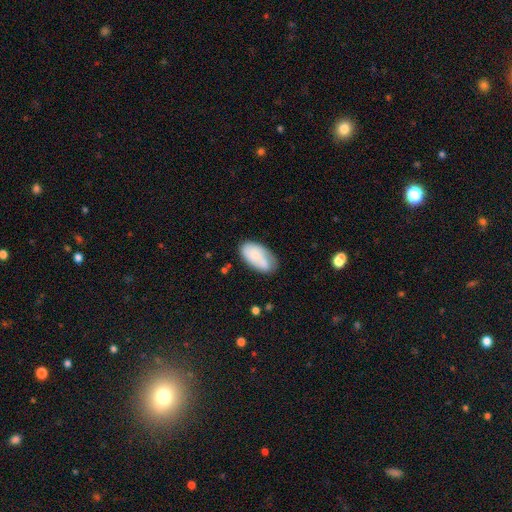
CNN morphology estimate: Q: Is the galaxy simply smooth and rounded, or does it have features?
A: smooth — 69%.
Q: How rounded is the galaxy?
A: in between — 94%.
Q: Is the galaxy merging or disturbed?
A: none — 57%.